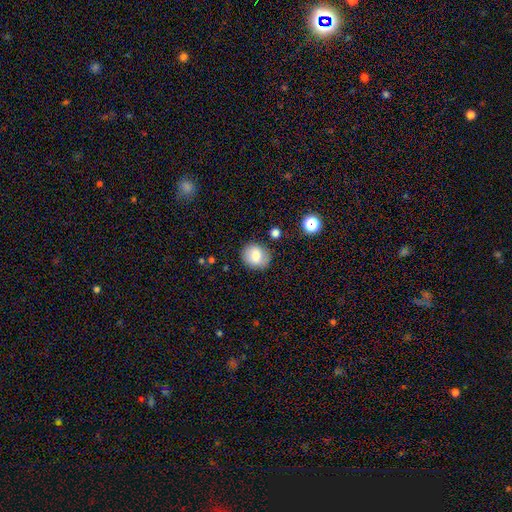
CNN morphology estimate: The model was most divided on "how rounded": round: 77%, in between: 22%, cigar-shaped: 1%. More confident: merging — none (83%); smooth or featured — smooth (76%).